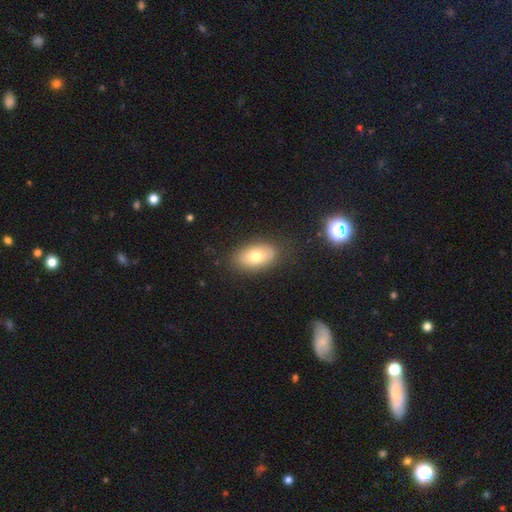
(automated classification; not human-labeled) This is likely a smooth galaxy (72%). How rounded: clearly in between (91%). Merging: clearly none (82%).